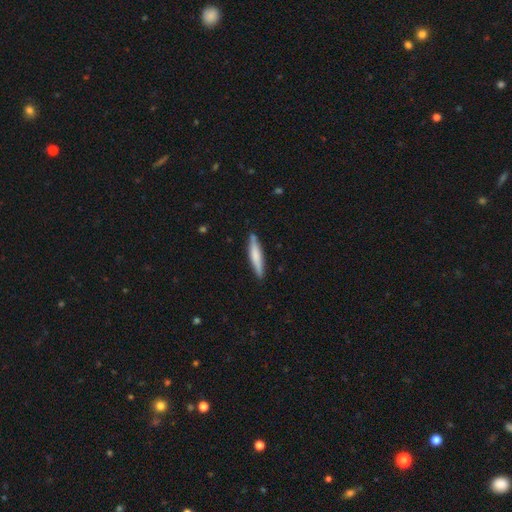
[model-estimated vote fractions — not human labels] smooth 61%, featured or disk 34%, star or artifact 5%. Down the decision tree: how rounded — cigar-shaped (89%); merging — none (87%).